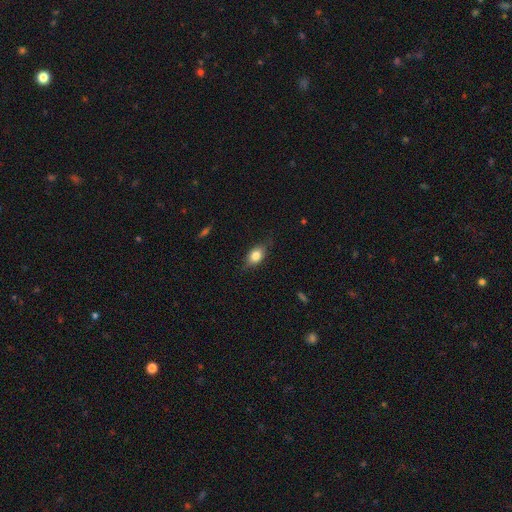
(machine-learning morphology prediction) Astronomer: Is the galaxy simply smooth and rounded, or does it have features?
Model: smooth — 73%.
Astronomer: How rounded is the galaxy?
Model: in between — 76%.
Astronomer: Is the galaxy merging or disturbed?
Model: none — 74%.